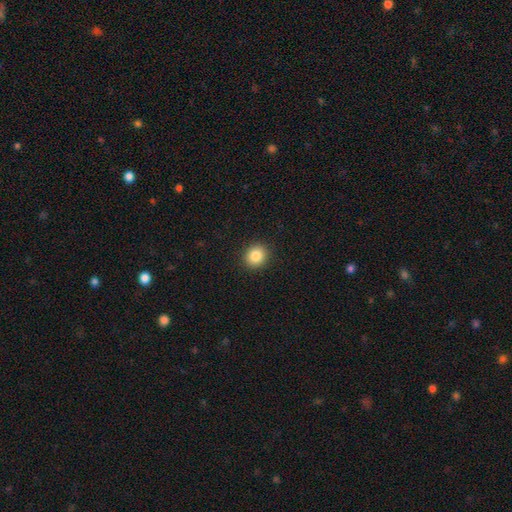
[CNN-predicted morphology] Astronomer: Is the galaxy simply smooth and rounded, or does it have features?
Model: smooth — 85%.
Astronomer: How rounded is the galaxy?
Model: round — 81%.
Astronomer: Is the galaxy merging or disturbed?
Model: none — 92%.